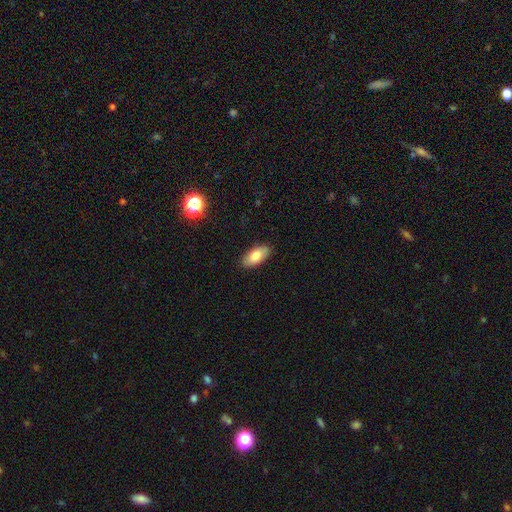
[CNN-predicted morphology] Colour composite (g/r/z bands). It shows a smooth galaxy with no disk features (79%) that is in between round and cigar-shaped (90%). Merging: none (88%).